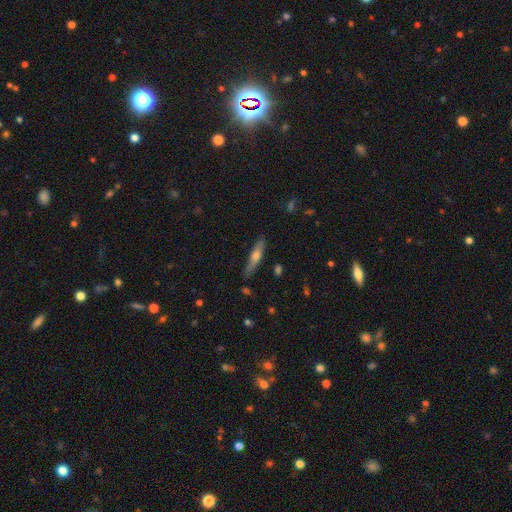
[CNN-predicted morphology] Smooth or featured? Predicted: featured or disk (p=0.52). Edge-on disk? Predicted: yes (p=0.92). Merging? Predicted: none (p=0.84).